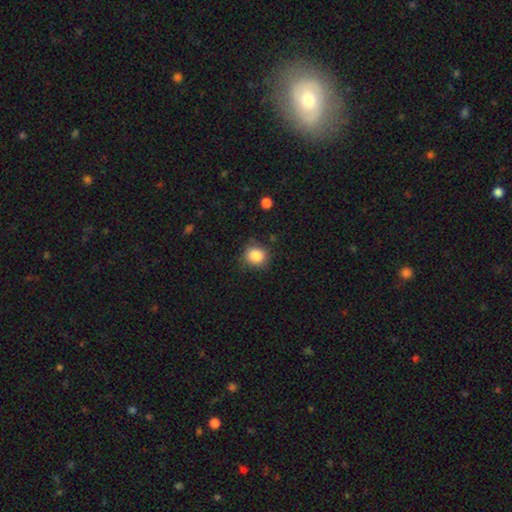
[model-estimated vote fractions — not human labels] This appears to be a smooth galaxy with no disk features (85%) that is round (80%). Merging: none (79%).